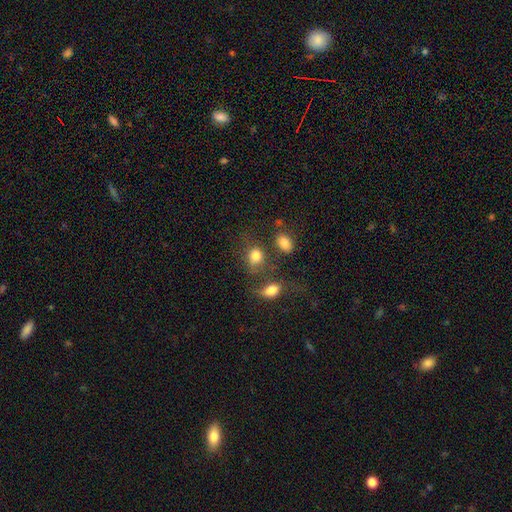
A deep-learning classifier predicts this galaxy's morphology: The model was most divided on "how rounded": round: 50%, in between: 48%, cigar-shaped: 2%. Remaining: smooth or featured — smooth (79%); merging — none (45%).